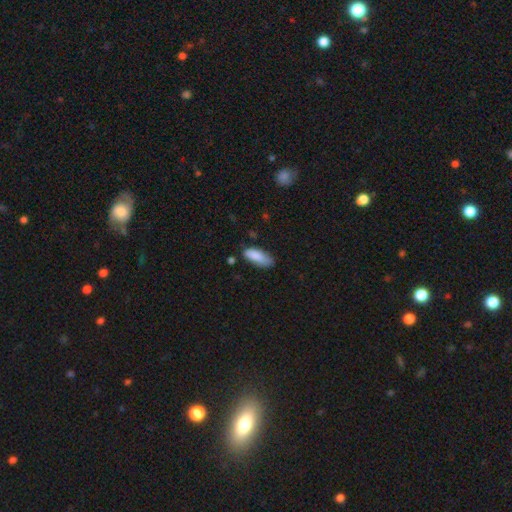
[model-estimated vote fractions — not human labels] The model was most divided on "merging": none: 58%, minor disturbance: 31%, major disturbance: 7%, merger: 4%. More confident: smooth or featured — smooth (86%); how rounded — in between (78%).